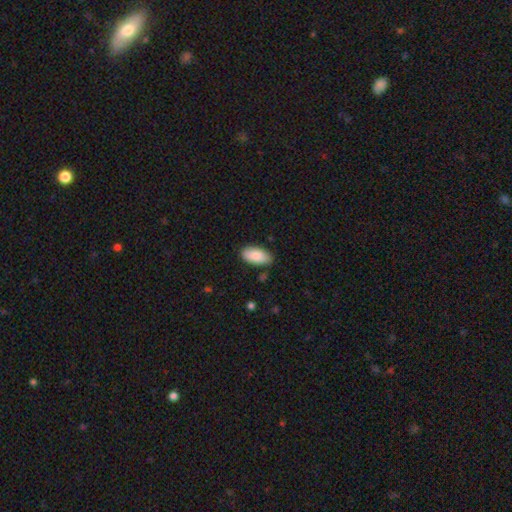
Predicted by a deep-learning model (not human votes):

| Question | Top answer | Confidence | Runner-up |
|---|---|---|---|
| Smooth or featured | smooth | 87% | featured or disk (7%) |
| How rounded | in between | 93% | cigar-shaped (4%) |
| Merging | none | 79% | minor disturbance (16%) |